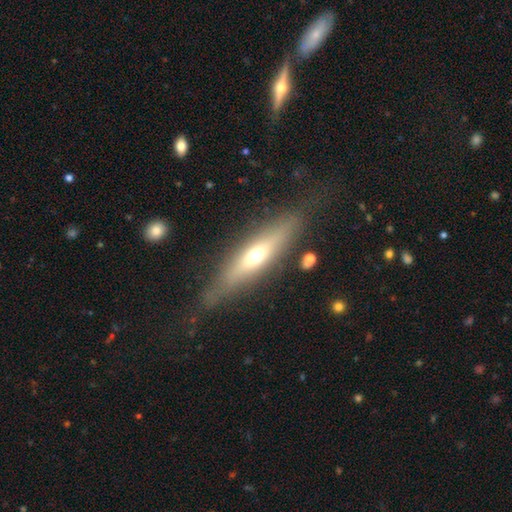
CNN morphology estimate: Smooth or featured? featured or disk (53%)
Edge-on disk? yes (83%)
Merging? none (76%)